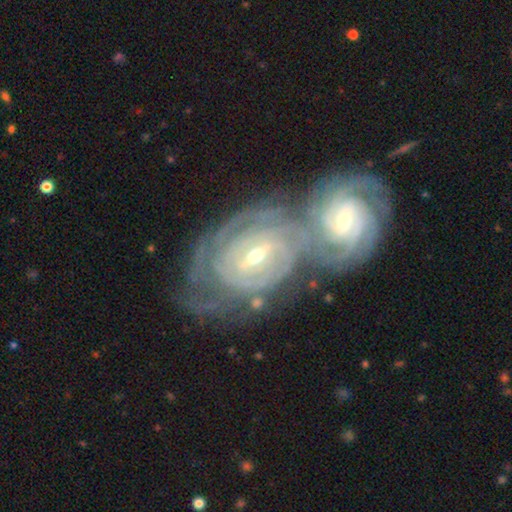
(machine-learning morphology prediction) Smooth or featured? featured or disk (88%)
Edge-on disk? no (96%)
Bar? weak (49%)
Spiral arms? yes (96%)
Spiral winding? tight (82%)
Spiral arm count? can't tell (44%)
Bulge size? small (50%)
Merging? merger (70%)